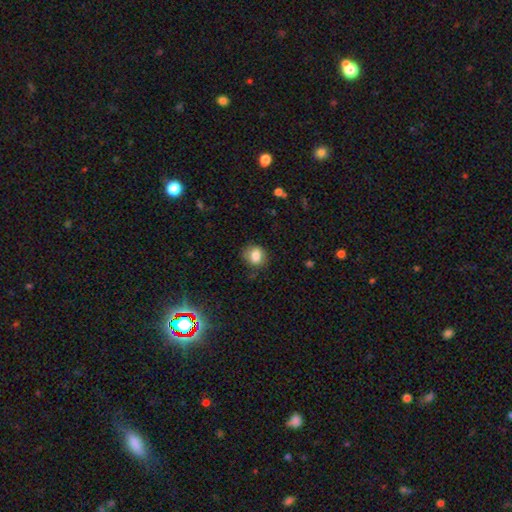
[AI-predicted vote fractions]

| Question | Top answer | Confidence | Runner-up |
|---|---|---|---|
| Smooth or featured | smooth | 82% | star or artifact (10%) |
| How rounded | round | 63% | in between (36%) |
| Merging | none | 74% | minor disturbance (19%) |